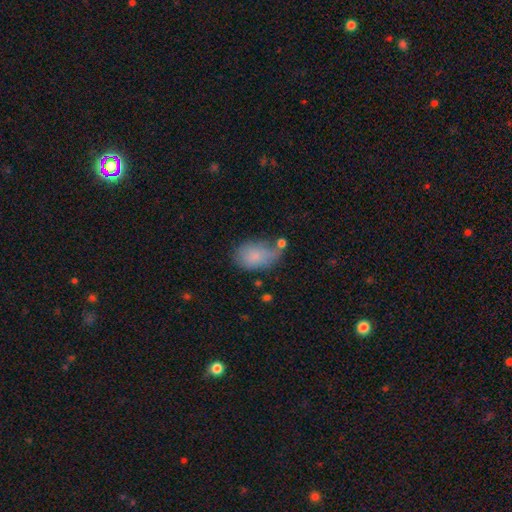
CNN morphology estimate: A smooth galaxy with no disk features (79%) that is in between round and cigar-shaped (85%). Merging: none (47%).